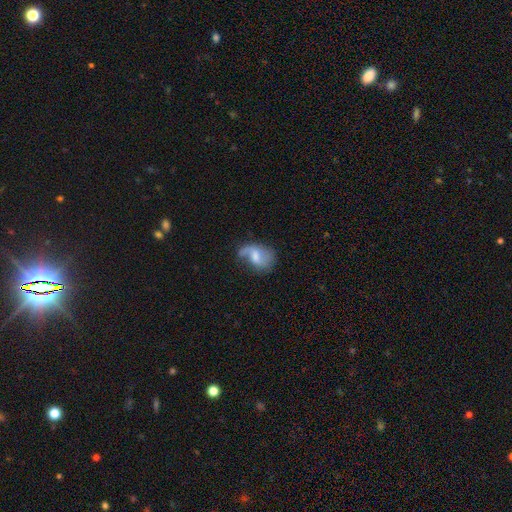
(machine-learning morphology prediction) smooth-or-featured: featured or disk: 64% | smooth: 28% | star or artifact: 8%
  disk-edge-on: no: 97% | yes: 3%
    bar: weak: 50% | no: 37% | strong: 13%
    has-spiral-arms: yes: 85% | no: 15%
      spiral-winding: loose: 62% | medium: 29% | tight: 9%
      spiral-arm-count: 2: 48% | 1: 43% | can't tell: 6% | 3: 1% | 4: 1% | more than 4: 1%
    bulge-size: moderate: 44% | small: 29% | none: 15% | large: 10% | dominant: 2%
  merging: none: 41% | major disturbance: 27% | minor disturbance: 27% | merger: 4%